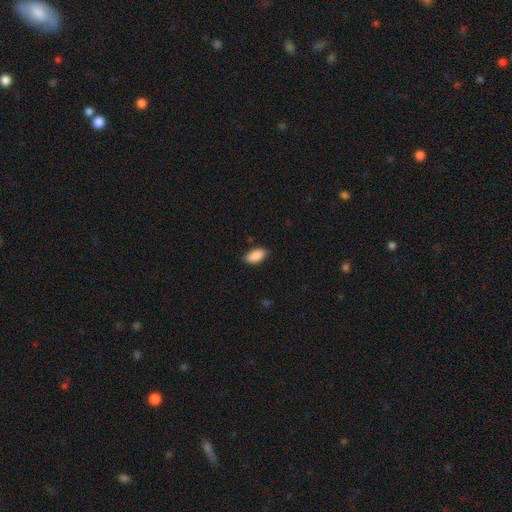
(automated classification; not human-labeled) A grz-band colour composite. It shows a smooth galaxy with no disk features (89%) that is in between round and cigar-shaped (91%). Merging: none (83%).